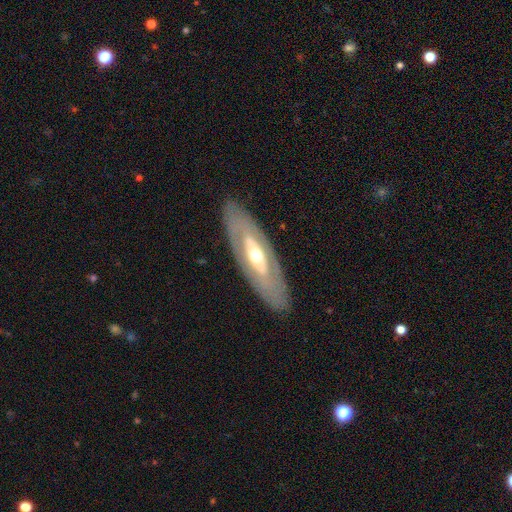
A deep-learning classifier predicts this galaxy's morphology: Smooth or featured? Predicted: featured or disk (p=0.67). Edge-on disk? Predicted: no (p=0.74). Merging? Predicted: none (p=0.85).